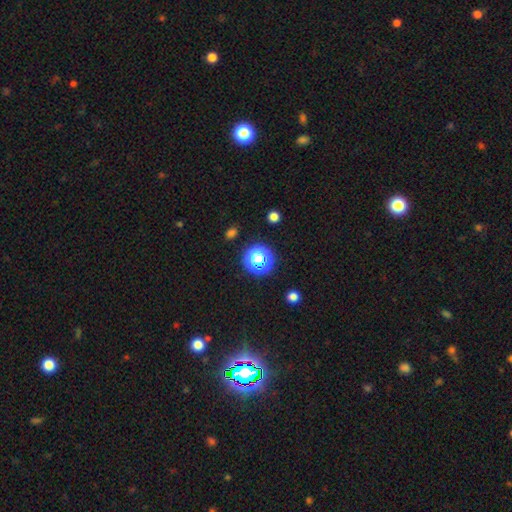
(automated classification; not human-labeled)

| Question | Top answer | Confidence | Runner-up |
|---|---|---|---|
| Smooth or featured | smooth | 47% | star or artifact (44%) |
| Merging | none | 79% | minor disturbance (11%) |